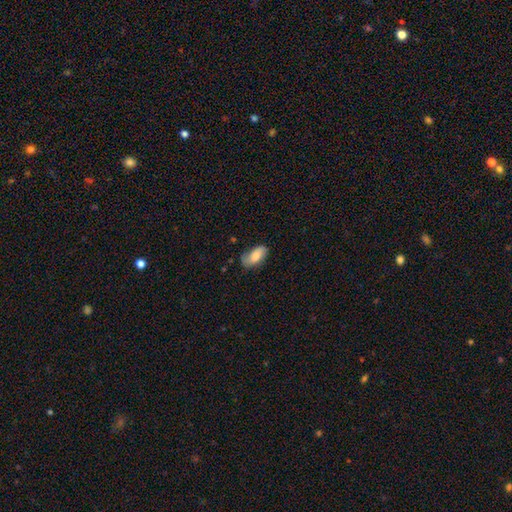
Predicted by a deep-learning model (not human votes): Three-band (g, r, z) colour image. It shows a smooth galaxy with no disk features (76%) that is in between round and cigar-shaped (92%). Merging: none (61%).